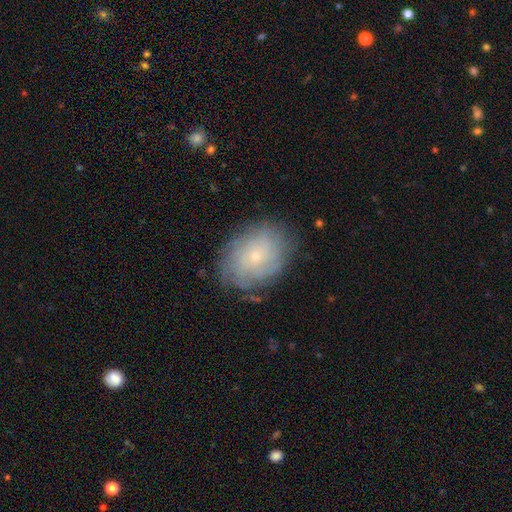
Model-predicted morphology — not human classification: Smooth or featured? featured or disk (58%)
Edge-on disk? no (96%)
Bar? no (86%)
Spiral arms? yes (79%)
Bulge size? small (83%)
Merging? none (79%)